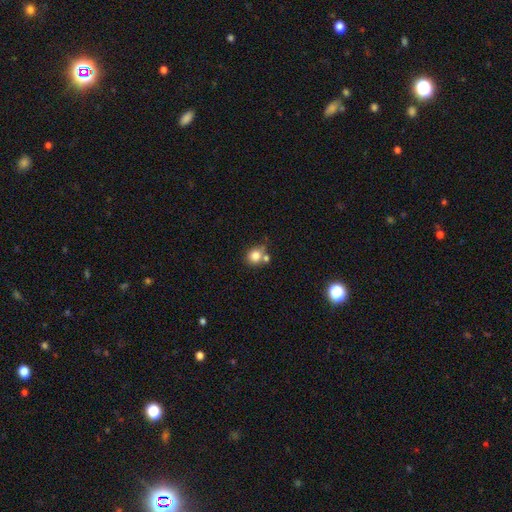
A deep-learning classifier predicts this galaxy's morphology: This is clearly a smooth galaxy (82%). How rounded: likely round (78%). Merging: possibly none (55%).